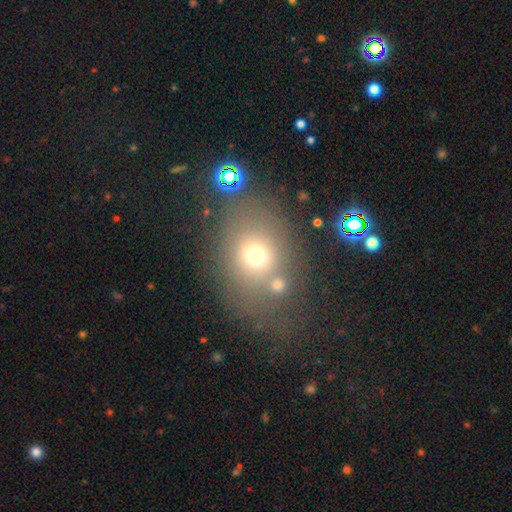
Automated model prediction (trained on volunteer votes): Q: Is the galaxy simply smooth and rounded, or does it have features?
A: smooth — 67%.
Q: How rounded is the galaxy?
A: round — 57%.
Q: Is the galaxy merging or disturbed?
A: none — 59%.